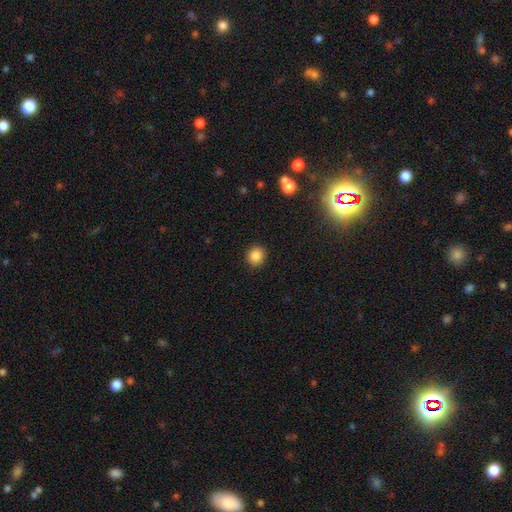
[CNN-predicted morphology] Smooth or featured: smooth — 86% (star or artifact — 10%)
How rounded: round — 86% (in between — 14%)
Merging: none — 91% (minor disturbance — 6%)